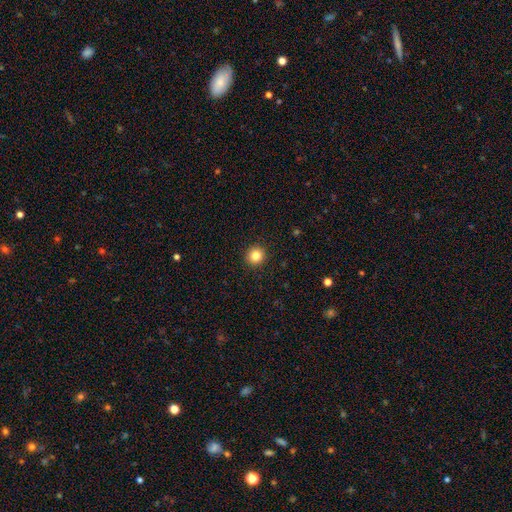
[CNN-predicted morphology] A smooth galaxy with no disk features (83%) that is round (94%).

Vote fractions:
- Smooth or featured? smooth: 83% / star or artifact: 11% / featured or disk: 6%
- How rounded? round: 94% / in between: 5% / cigar-shaped: 1%
- Merging? none: 93% / minor disturbance: 4% / major disturbance: 2% / merger: 1%